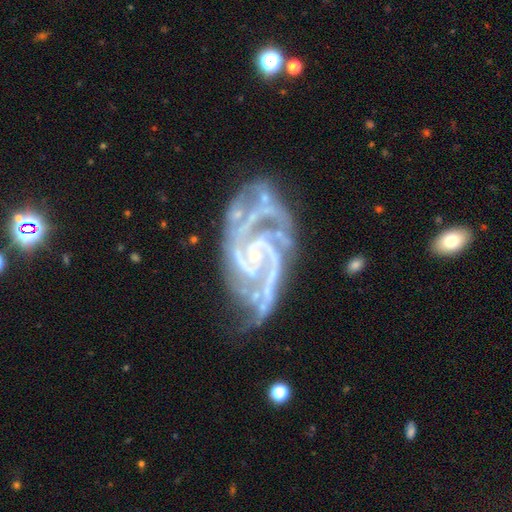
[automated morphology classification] smooth-or-featured: featured or disk: 93% | star or artifact: 5% | smooth: 2%
  disk-edge-on: no: 98% | yes: 2%
    bar: no: 49% | weak: 35% | strong: 17%
    has-spiral-arms: yes: 99% | no: 1%
      spiral-winding: tight: 50% | medium: 43% | loose: 7%
      spiral-arm-count: 3: 32% (tied) | 2: 32% (tied) | 4: 13% | can't tell: 10% | more than 4: 7% | 1: 6%
    bulge-size: small: 80% | moderate: 11% | none: 8% | large: 1% | dominant: 1%
  merging: none: 53% | minor disturbance: 26% | major disturbance: 16% | merger: 5%